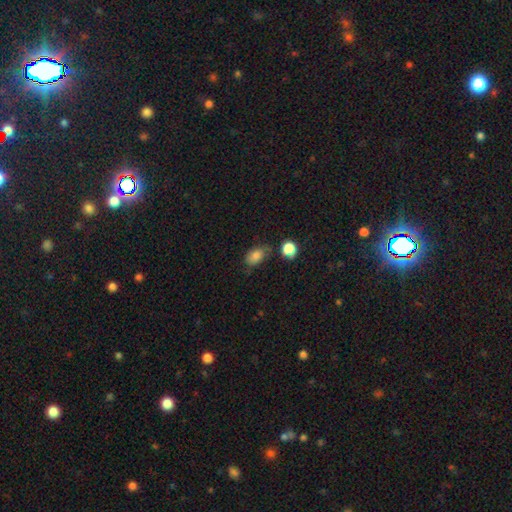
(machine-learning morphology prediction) This appears to be a smooth galaxy with no disk features (81%) that is in between round and cigar-shaped (86%). Merging: none (65%).